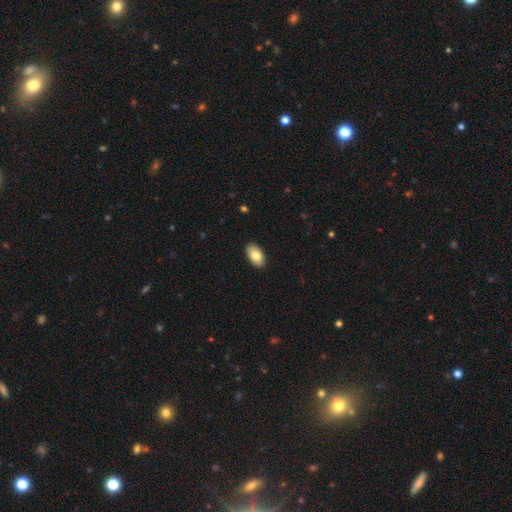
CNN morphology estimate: Overall: smooth (78%). How rounded: in between (94%). Merging: none (89%).